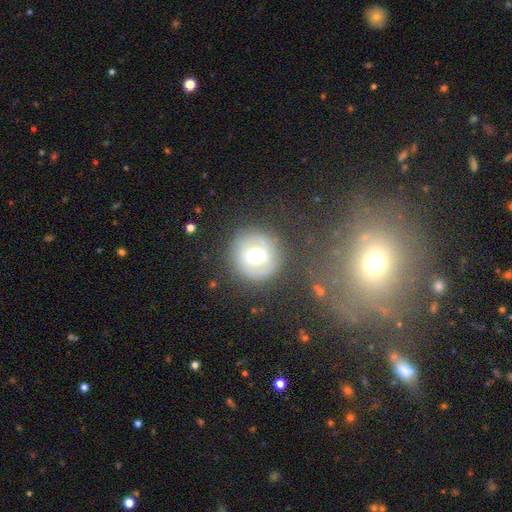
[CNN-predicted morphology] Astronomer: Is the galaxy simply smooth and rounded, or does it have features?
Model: smooth — 45%, tied with featured or disk at 45%.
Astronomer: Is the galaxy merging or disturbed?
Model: none — 80%.